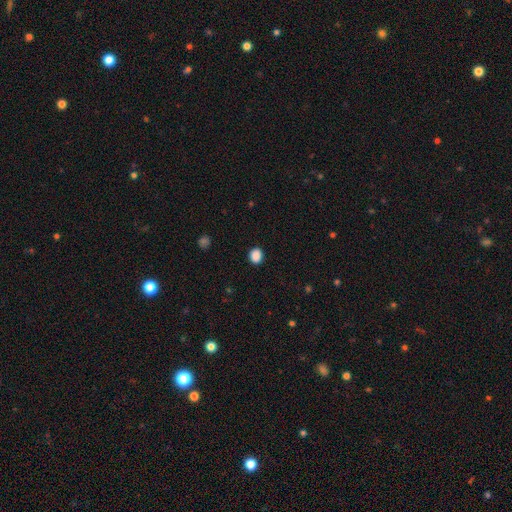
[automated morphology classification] Smooth or featured? smooth (87%)
How rounded? round (70%)
Merging? none (89%)